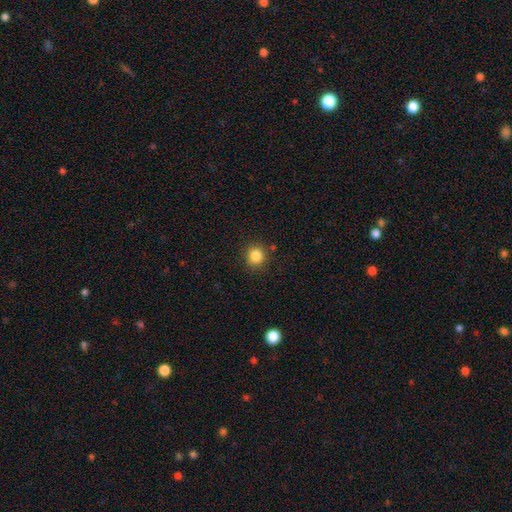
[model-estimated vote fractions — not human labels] Morphology: type=smooth (85%); roundness=round (86%); merging=none (87%).